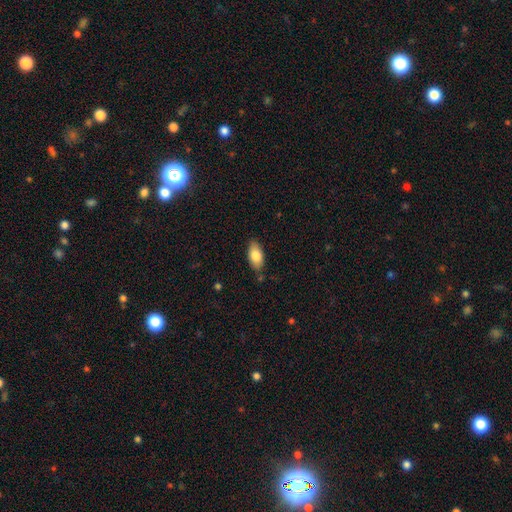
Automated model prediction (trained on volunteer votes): smooth-or-featured: smooth: 82% | featured or disk: 11% | star or artifact: 7%
  how-rounded: in between: 91% | cigar-shaped: 7% | round: 3%
  merging: none: 80% | minor disturbance: 15% | major disturbance: 3% | merger: 2%